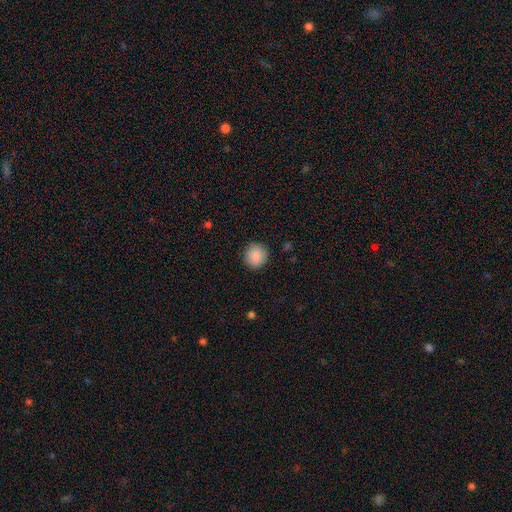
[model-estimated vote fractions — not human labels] smooth 89%, star or artifact 8%, featured or disk 4%. Down the decision tree: how rounded — round (91%); merging — none (90%).